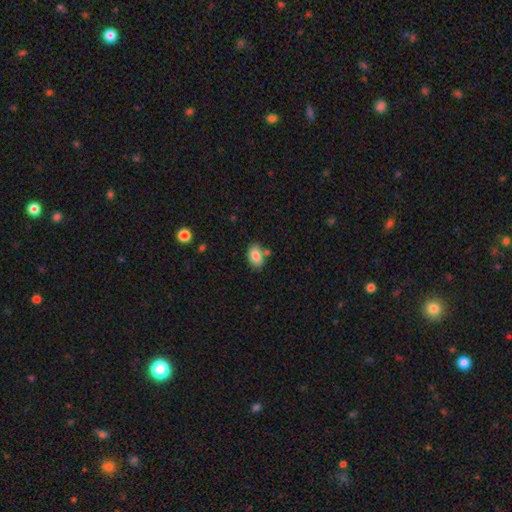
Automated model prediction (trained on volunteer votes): The model was most divided on "merging": none: 73%, minor disturbance: 14%, merger: 10%, major disturbance: 3%. More confident: how rounded — in between (89%); smooth or featured — smooth (84%).